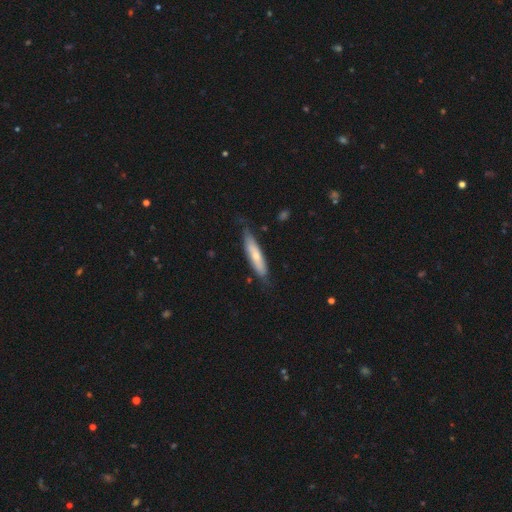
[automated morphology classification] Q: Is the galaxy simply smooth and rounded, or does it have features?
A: smooth — 58%.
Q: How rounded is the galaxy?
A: cigar-shaped — 77%.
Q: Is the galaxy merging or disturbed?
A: none — 70%.